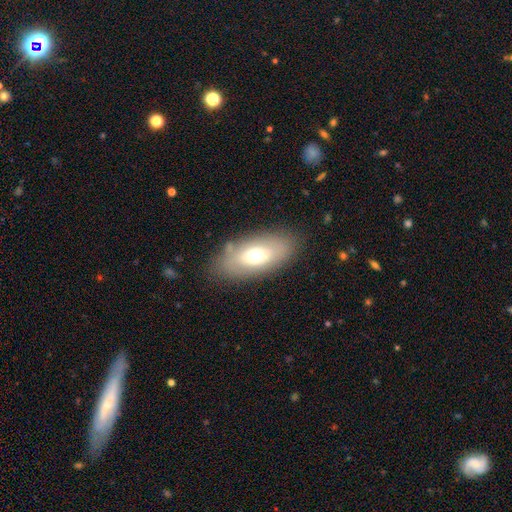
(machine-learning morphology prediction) This appears to be a smooth galaxy with no disk features (63%) that is in between round and cigar-shaped (89%). Merging: none (80%).